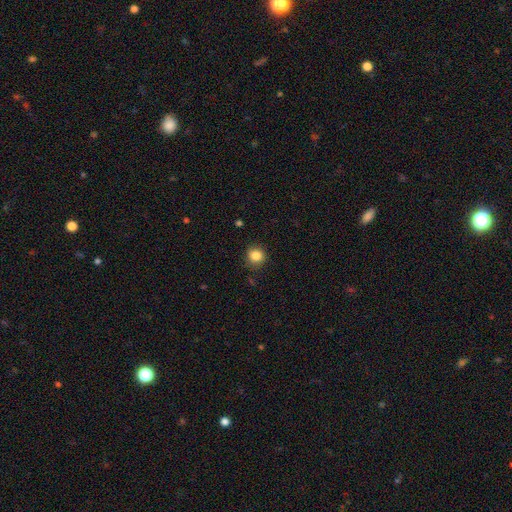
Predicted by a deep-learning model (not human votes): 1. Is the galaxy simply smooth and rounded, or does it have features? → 86% smooth, 10% star or artifact, 4% featured or disk.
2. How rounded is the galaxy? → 89% round, 10% in between, 1% cigar-shaped.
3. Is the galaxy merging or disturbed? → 86% none, 10% minor disturbance, 3% major disturbance, 1% merger.